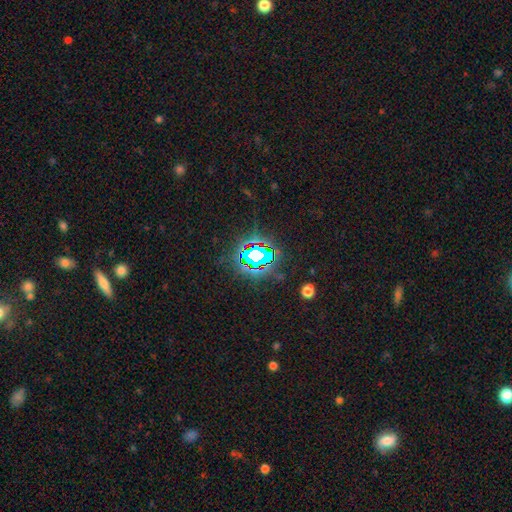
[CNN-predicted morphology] smooth_or_featured: star or artifact (p=0.75) [alt: smooth p=0.13]